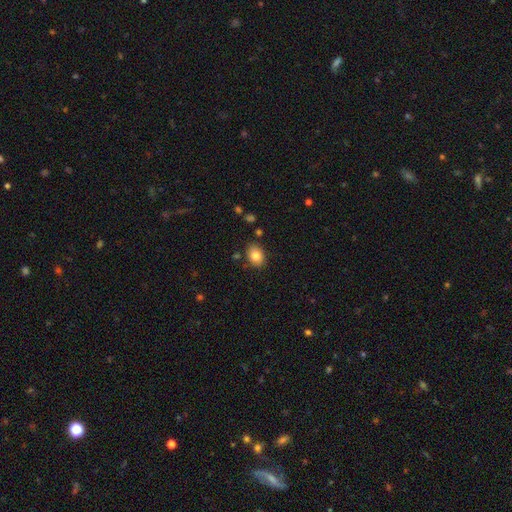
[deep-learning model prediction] Overall: smooth (82%). How rounded: in between (70%). Merging: none (84%).